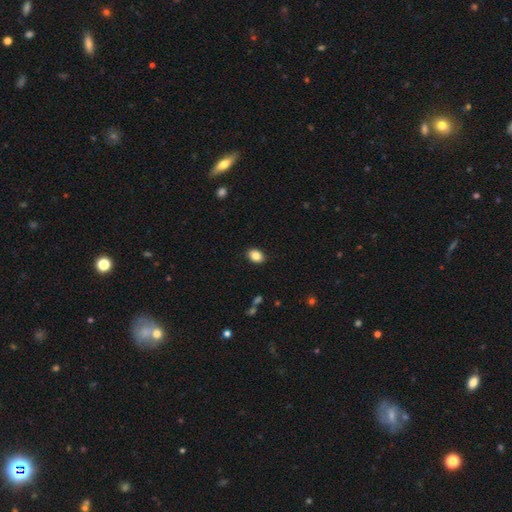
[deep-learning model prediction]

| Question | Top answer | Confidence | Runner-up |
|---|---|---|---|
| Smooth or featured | smooth | 87% | star or artifact (8%) |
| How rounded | in between | 73% | round (26%) |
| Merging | none | 89% | minor disturbance (8%) |